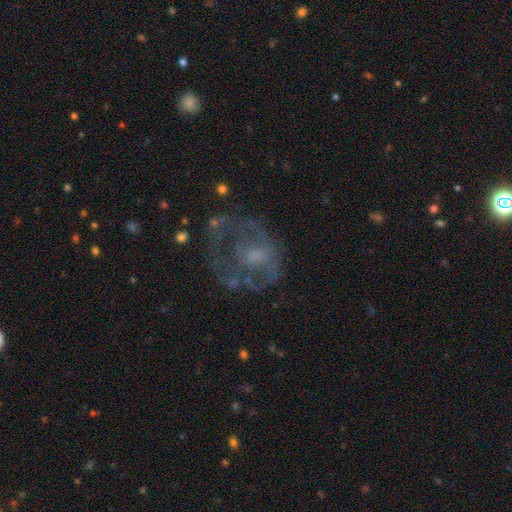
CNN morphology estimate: Smooth or featured? Predicted: featured or disk (p=0.64). Edge-on disk? Predicted: no (p=0.97). Bar? Predicted: no (p=0.73). Spiral arms? Predicted: no (p=0.67). Bulge size? Predicted: none (p=0.33). Merging? Predicted: none (p=0.40).